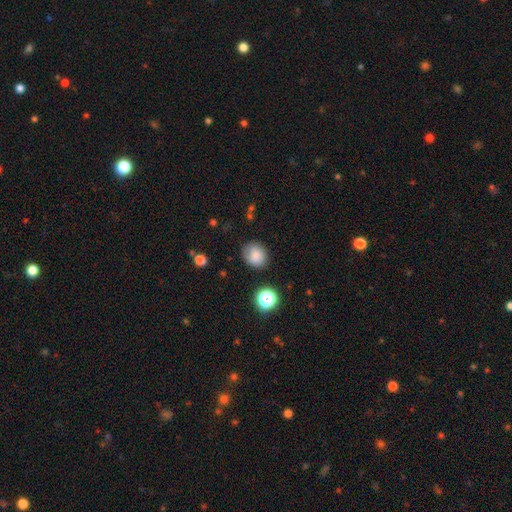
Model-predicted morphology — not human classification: This is clearly a smooth galaxy (81%). How rounded: likely round (68%). Merging: likely none (78%).